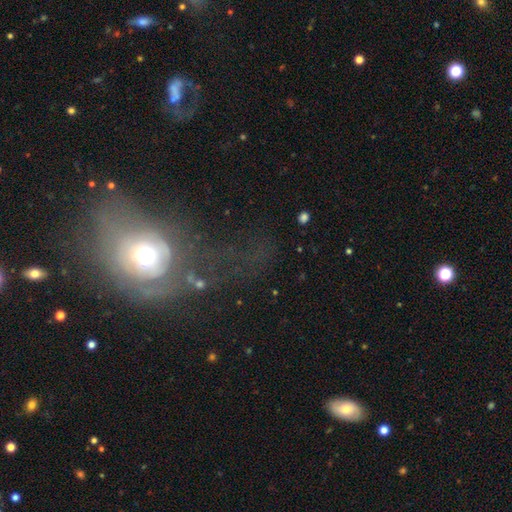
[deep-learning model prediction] Overall: featured or disk (40%; smooth 36%). Merging: major disturbance (46%; none 30%).